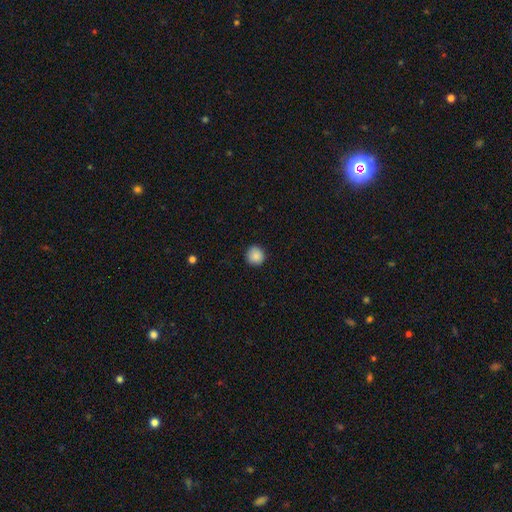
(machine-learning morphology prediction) Smooth or featured? Predicted: smooth (p=0.87). How rounded? Predicted: round (p=0.93). Merging? Predicted: none (p=0.90).